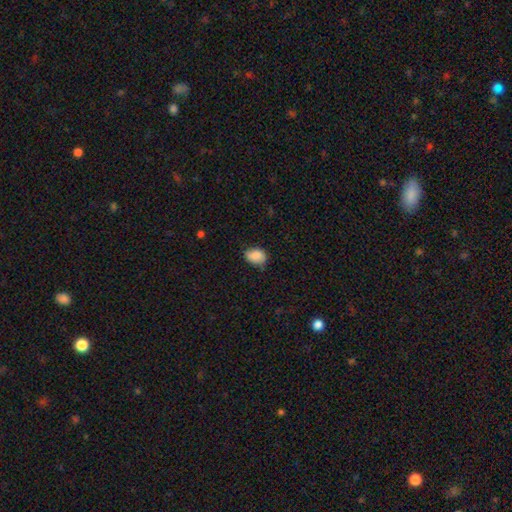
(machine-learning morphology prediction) A smooth galaxy with no disk features (82%) that is in between round and cigar-shaped (71%). Merging: none (64%).